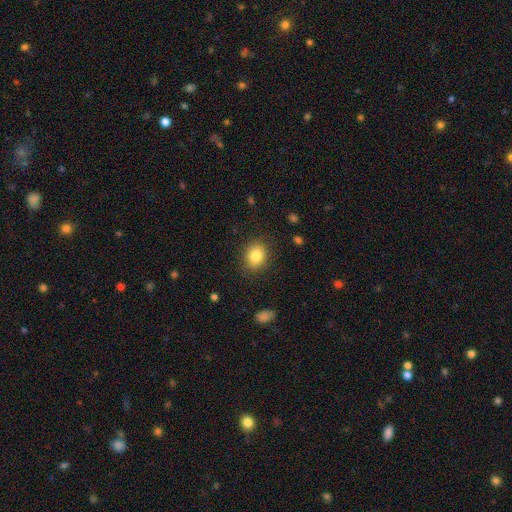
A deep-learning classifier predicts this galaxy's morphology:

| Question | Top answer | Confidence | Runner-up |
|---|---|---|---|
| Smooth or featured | smooth | 84% | star or artifact (9%) |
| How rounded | round | 57% | in between (42%) |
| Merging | none | 86% | minor disturbance (10%) |